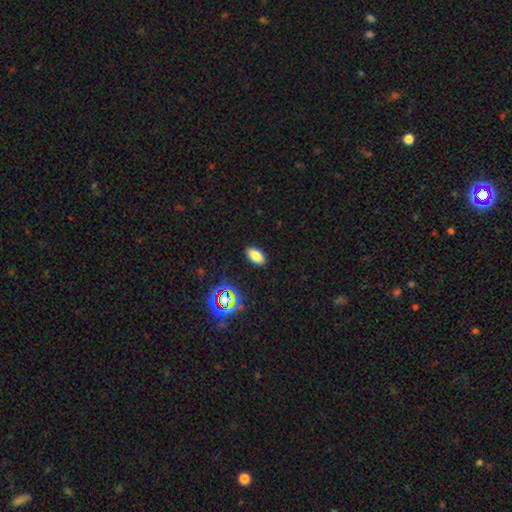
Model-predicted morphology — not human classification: Smooth or featured: smooth — 78% (star or artifact — 15%)
How rounded: in between — 92% (round — 4%)
Merging: none — 89% (minor disturbance — 8%)